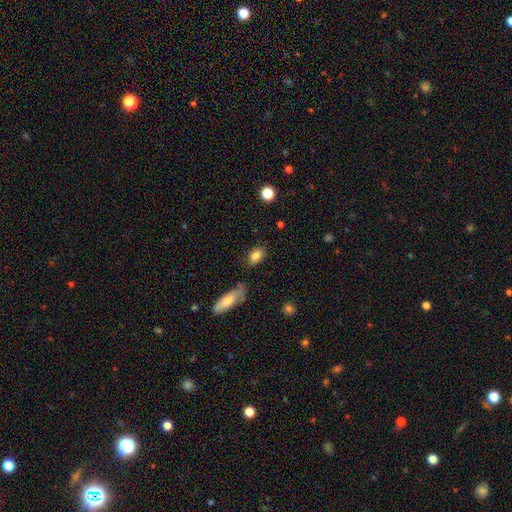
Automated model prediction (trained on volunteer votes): A smooth galaxy with no disk features (82%) that is in between round and cigar-shaped (82%). Merging: none (74%).